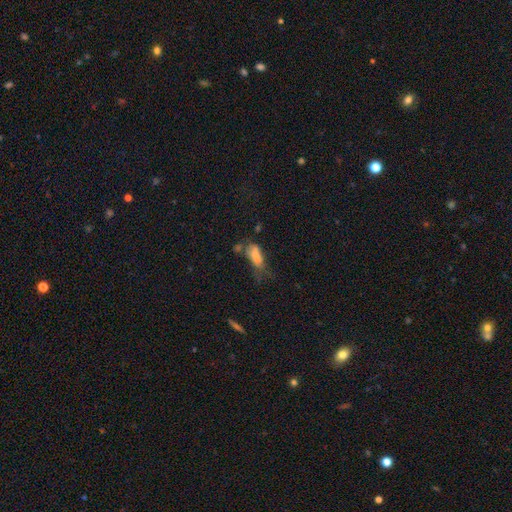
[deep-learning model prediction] Q: Smooth or featured?
A: smooth (70%); runner-up: featured or disk (19%)
Q: How rounded?
A: in between (80%); runner-up: cigar-shaped (16%)
Q: Merging?
A: major disturbance (34%); runner-up: minor disturbance (27%)